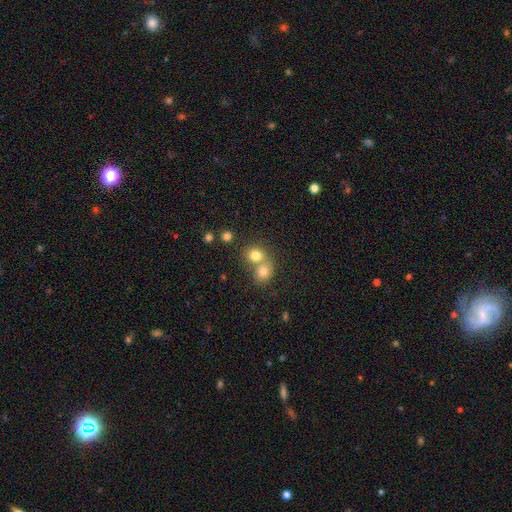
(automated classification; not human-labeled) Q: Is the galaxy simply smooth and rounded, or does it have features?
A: smooth — 78%.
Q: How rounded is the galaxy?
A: round — 73%.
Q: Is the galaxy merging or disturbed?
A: merger — 57%.